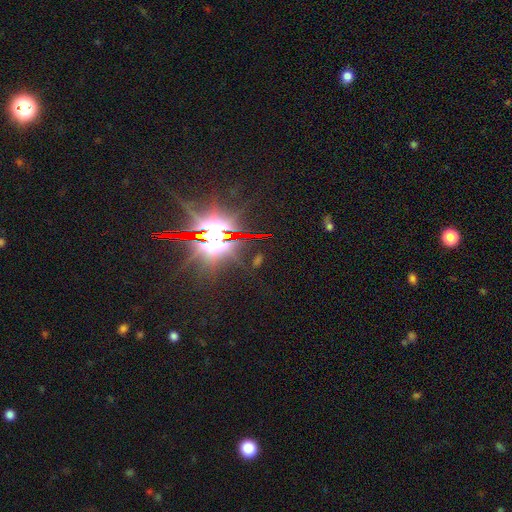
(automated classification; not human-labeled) Smooth or featured? star or artifact (85%)